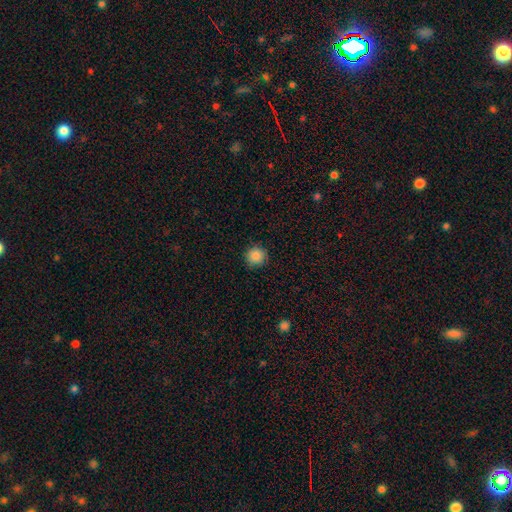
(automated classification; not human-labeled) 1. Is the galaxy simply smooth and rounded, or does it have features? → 87% smooth, 10% star or artifact, 4% featured or disk.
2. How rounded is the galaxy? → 94% round, 5% in between, 1% cigar-shaped.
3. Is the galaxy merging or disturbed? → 88% none, 9% minor disturbance, 2% major disturbance, 1% merger.